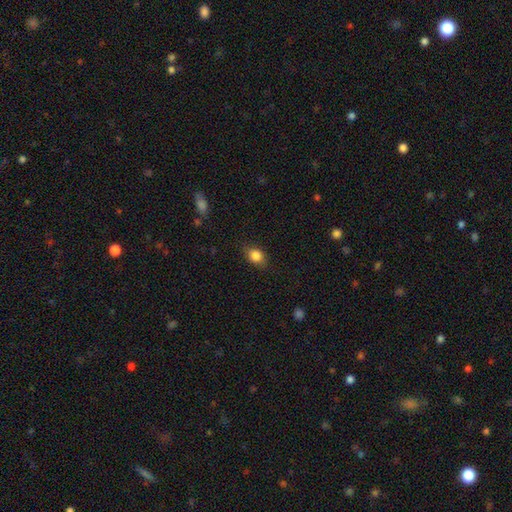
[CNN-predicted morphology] smooth_or_featured: smooth (p=0.83) [alt: star or artifact p=0.09]
how_rounded: in between (p=0.61) [alt: round p=0.38]
merging: none (p=0.81) [alt: minor disturbance p=0.14]